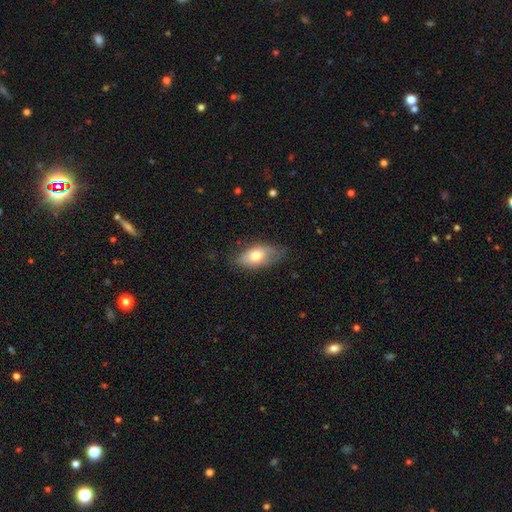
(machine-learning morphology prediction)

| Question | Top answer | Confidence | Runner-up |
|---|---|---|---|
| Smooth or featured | smooth | 69% | featured or disk (25%) |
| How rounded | in between | 91% | round (5%) |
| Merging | none | 61% | minor disturbance (30%) |